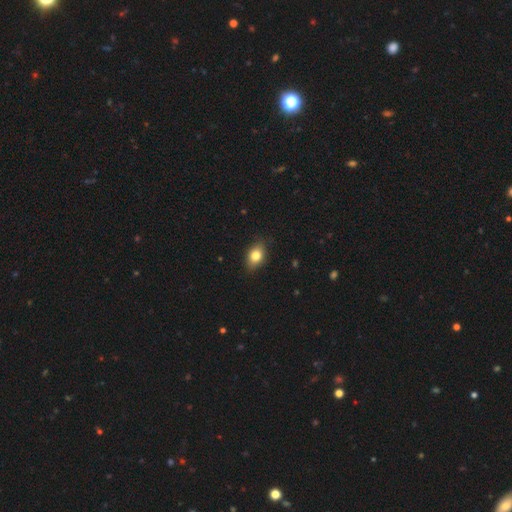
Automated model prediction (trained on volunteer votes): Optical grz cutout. It shows a smooth galaxy with no disk features (81%) that is in between round and cigar-shaped (76%). Merging: none (85%).